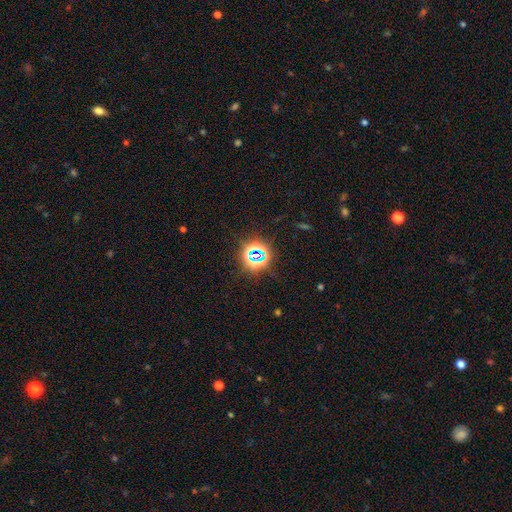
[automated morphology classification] Overall: star or artifact (74%).